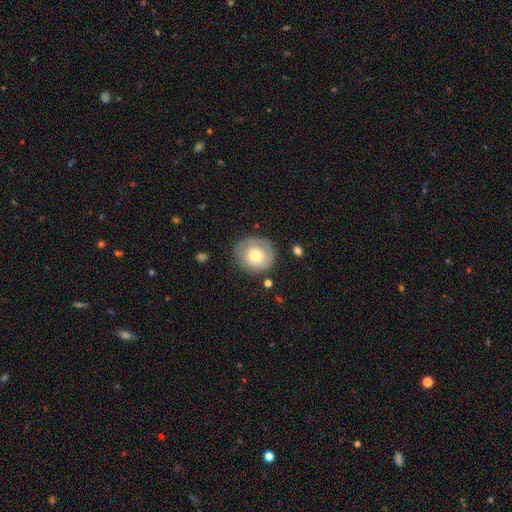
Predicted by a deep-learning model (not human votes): Smooth or featured?
  - smooth: 61% *
  - featured or disk: 32%
  - star or artifact: 7%
How rounded?
  - round: 91% *
  - in between: 8%
  - cigar-shaped: 1%
Merging?
  - none: 79% *
  - minor disturbance: 14%
  - major disturbance: 5%
  - merger: 2%